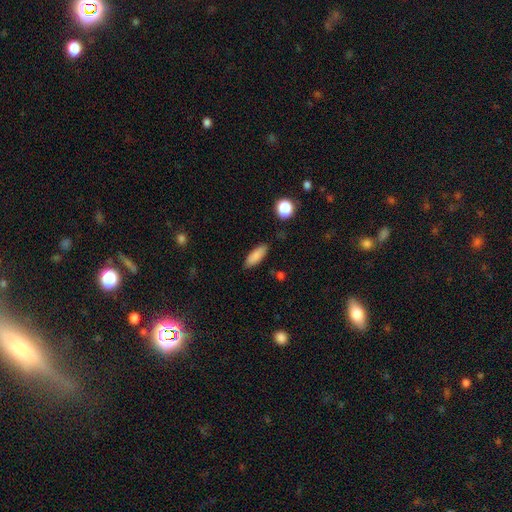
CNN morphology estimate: This appears to be a smooth galaxy with no disk features (85%) that is in between round and cigar-shaped (67%). Merging: none (84%).